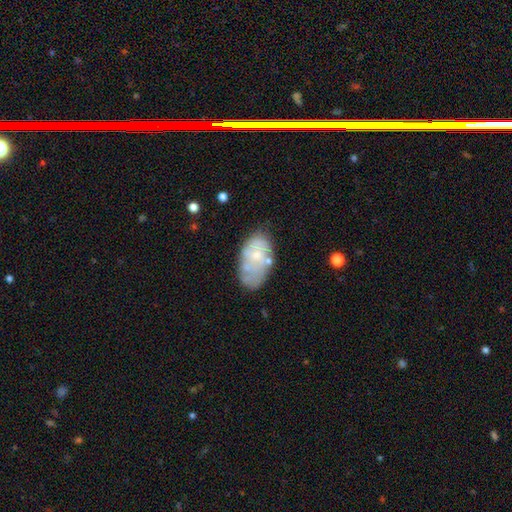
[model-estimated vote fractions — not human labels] smooth_or_featured: featured or disk (p=0.47) [alt: smooth p=0.45]
merging: none (p=0.53) [alt: minor disturbance p=0.27]